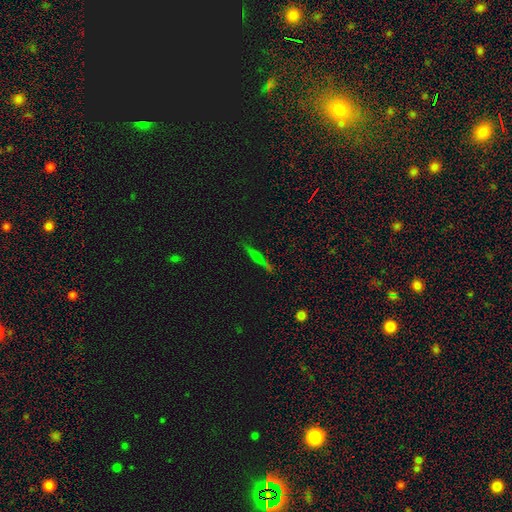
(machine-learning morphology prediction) type=featured or disk (62%); edge-on=yes (94%); edge-on bulge=rounded (71%); merging=none (83%).